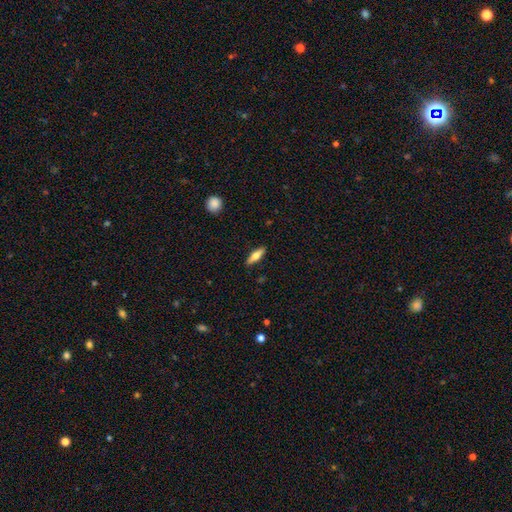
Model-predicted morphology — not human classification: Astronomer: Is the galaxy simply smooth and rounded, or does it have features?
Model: smooth — 52% (runner-up: featured or disk, 41%).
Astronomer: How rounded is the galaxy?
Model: cigar-shaped — 59% (runner-up: in between, 38%).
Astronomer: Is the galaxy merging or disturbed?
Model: none — 89%.